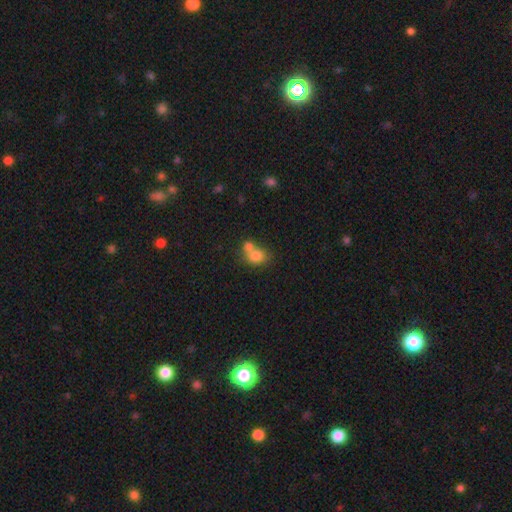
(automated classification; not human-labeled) Q: Smooth or featured?
A: smooth (77%); runner-up: featured or disk (13%)
Q: How rounded?
A: round (56%); runner-up: in between (43%)
Q: Merging?
A: merger (56%); runner-up: none (31%)